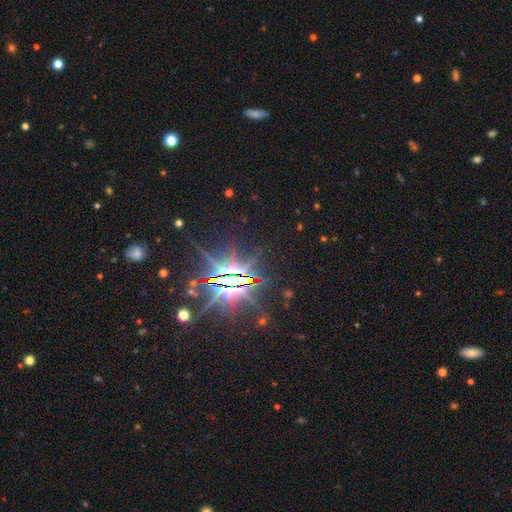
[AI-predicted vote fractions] A star or artifact, not a galaxy (83%).

Vote fractions:
- Smooth or featured? star or artifact: 83% / featured or disk: 11% / smooth: 6%